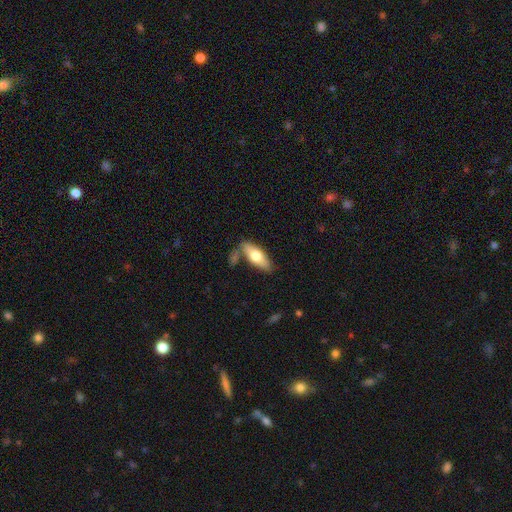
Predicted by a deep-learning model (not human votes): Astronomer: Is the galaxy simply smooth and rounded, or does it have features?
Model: smooth — 64%.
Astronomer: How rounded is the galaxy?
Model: in between — 68%.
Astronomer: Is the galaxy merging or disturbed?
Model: none — 68%.